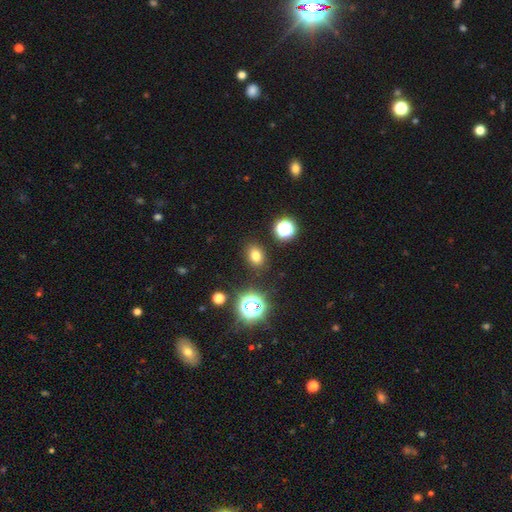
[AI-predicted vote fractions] Morphology: type=smooth (74%); roundness=in between (58%); merging=none (87%).